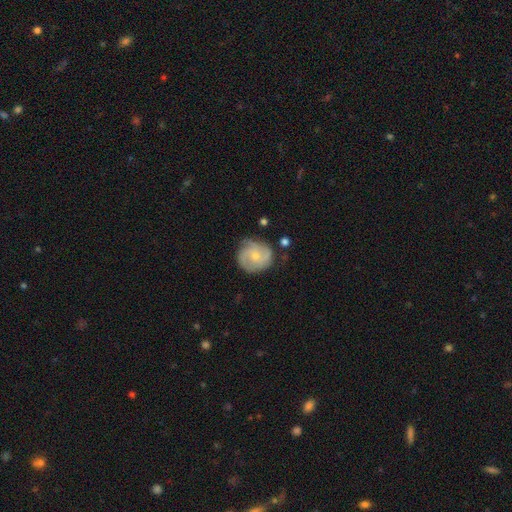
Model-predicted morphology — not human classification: Smooth or featured?
  - featured or disk: 64% *
  - smooth: 29%
  - star or artifact: 7%
Edge-on disk?
  - no: 98% *
  - yes: 2%
Bar?
  - no: 74% *
  - weak: 23%
  - strong: 3%
Spiral arms?
  - yes: 90% *
  - no: 10%
Spiral winding?
  - tight: 44% *
  - medium: 41%
  - loose: 15%
Spiral arm count?
  - 3: 35% *
  - 2: 28%
  - can't tell: 22%
  - 4: 8%
  - 1: 4%
  - more than 4: 4%
Bulge size?
  - small: 66% *
  - moderate: 30%
  - none: 3%
  - large: 1%
  - dominant: 1%
Merging?
  - none: 71% *
  - minor disturbance: 21%
  - major disturbance: 6%
  - merger: 2%